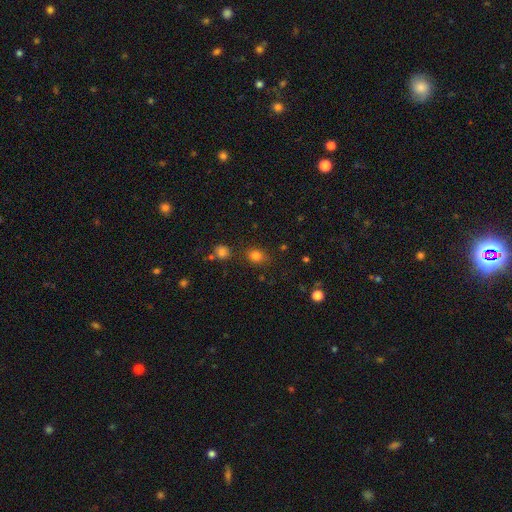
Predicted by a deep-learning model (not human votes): This is likely a smooth galaxy (80%). How rounded: possibly round (58%). Merging: likely none (77%).